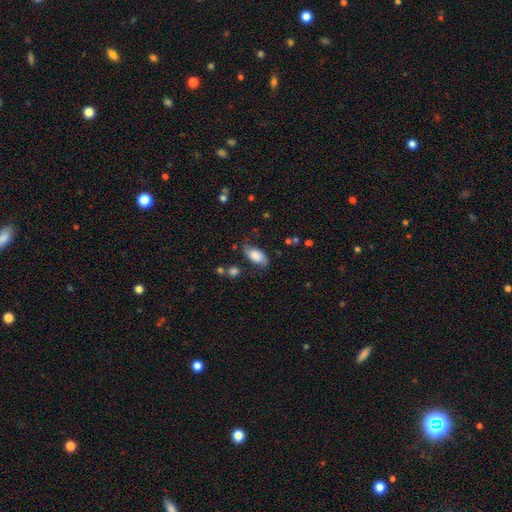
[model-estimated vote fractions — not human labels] Overall: smooth (63%; featured or disk 29%). How rounded: in between (92%). Merging: none (60%; minor disturbance 27%).